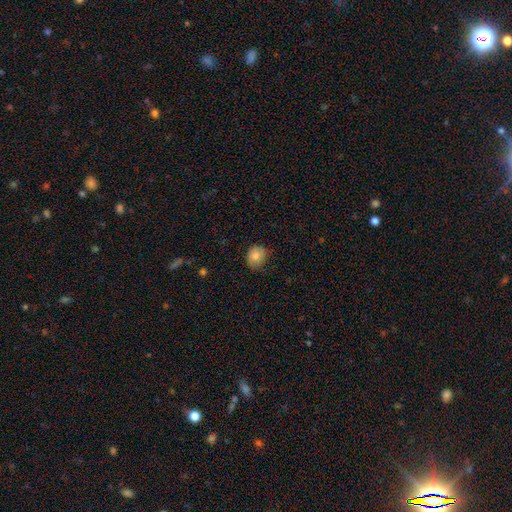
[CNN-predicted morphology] This appears to be a smooth galaxy with no disk features (81%) that is round (64%). Merging: none (66%).